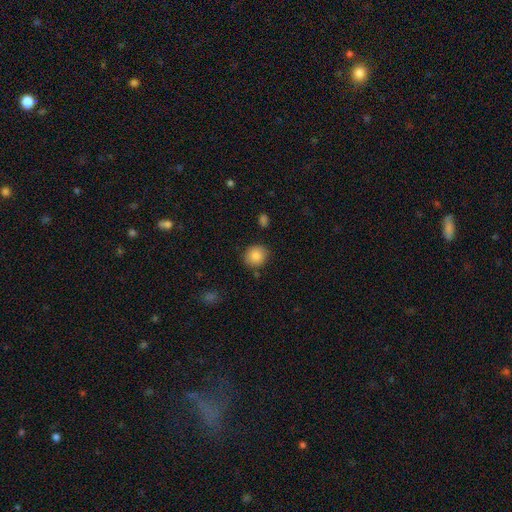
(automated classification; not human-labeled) Morphology: type=smooth (85%); roundness=round (81%); merging=none (83%).